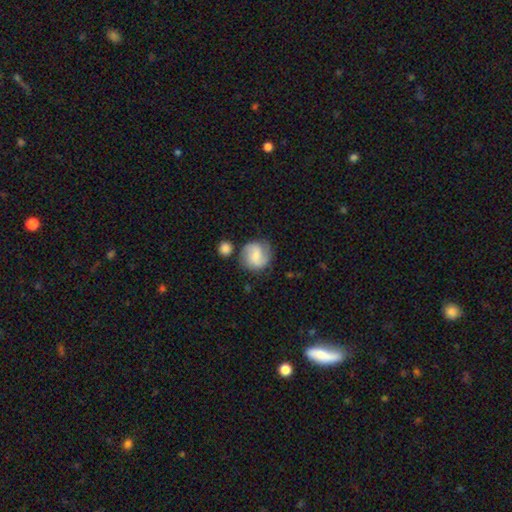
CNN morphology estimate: Overall: featured or disk (53%; smooth 39%). Edge-on disk: no (97%). Bar: weak (46%; no 39%). Spiral arms: yes (90%). Bulge size: small (52%; moderate 32%). Merging: none (71%).